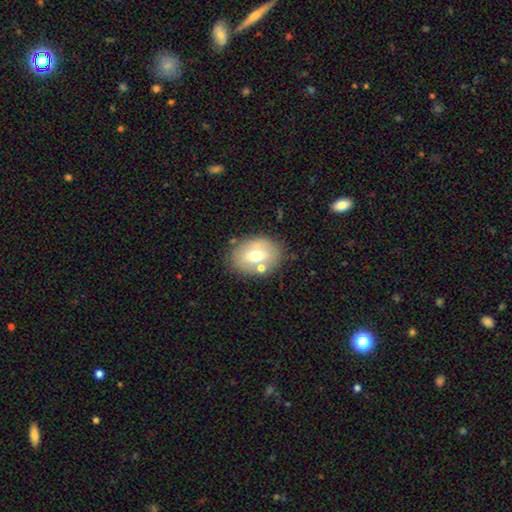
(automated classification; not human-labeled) The model was most divided on "smooth or featured": smooth: 56%, featured or disk: 35%, star or artifact: 9%. More confident: merging — none (72%); how rounded — in between (68%).